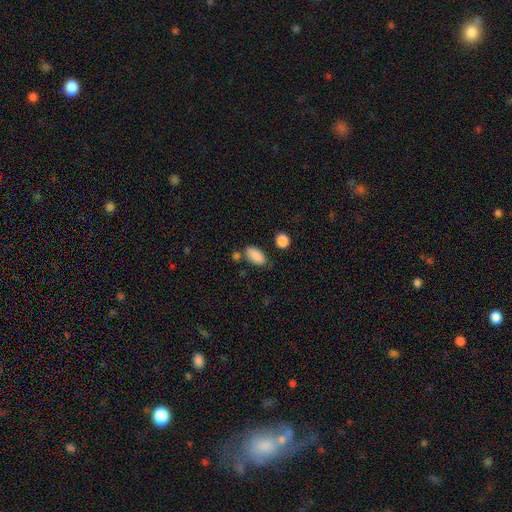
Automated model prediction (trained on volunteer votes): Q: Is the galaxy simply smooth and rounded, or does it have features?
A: smooth — 88%.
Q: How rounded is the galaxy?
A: in between — 93%.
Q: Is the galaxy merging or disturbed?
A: none — 70%.